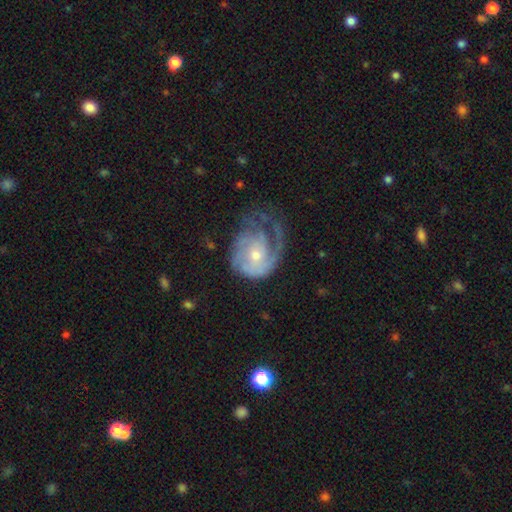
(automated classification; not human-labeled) This appears to be a featured or disk galaxy (79%) with no bar (73%), 1 (42%) tight (50%) spiral arms (91%) and a small central bulge (49%). Merging: none (41%).